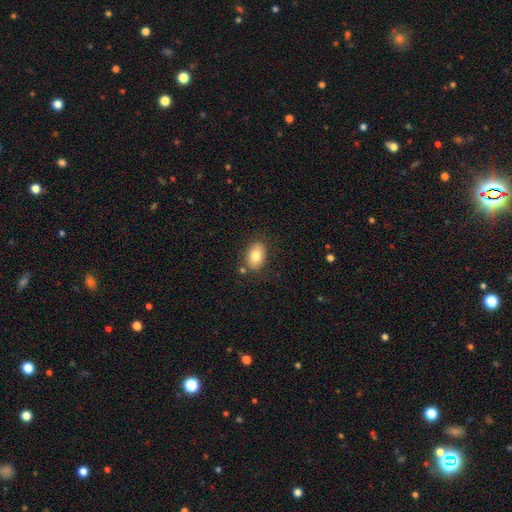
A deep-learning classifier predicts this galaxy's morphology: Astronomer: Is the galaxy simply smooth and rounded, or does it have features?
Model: smooth — 80%.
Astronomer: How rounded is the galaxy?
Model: in between — 84%.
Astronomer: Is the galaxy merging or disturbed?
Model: none — 80%.